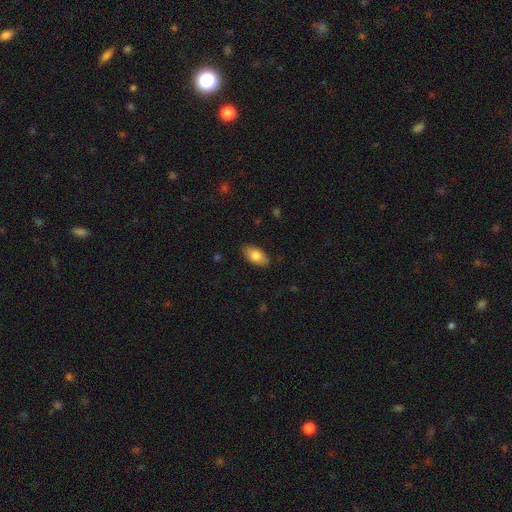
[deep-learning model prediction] Morphology: type=smooth (81%); roundness=in between (93%); merging=none (87%).